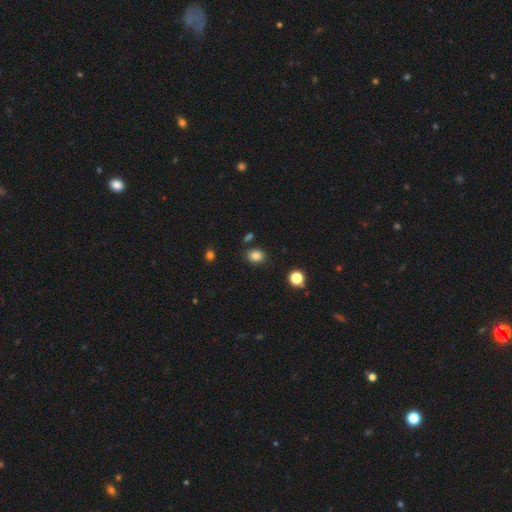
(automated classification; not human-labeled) Smooth or featured? Predicted: smooth (p=0.83). How rounded? Predicted: in between (p=0.58). Merging? Predicted: none (p=0.81).